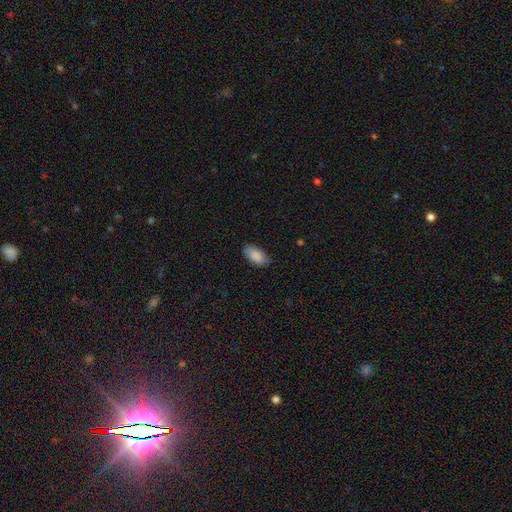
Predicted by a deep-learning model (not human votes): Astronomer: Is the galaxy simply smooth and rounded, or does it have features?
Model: smooth — 88%.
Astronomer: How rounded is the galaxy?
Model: in between — 94%.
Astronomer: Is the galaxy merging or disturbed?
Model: none — 82%.